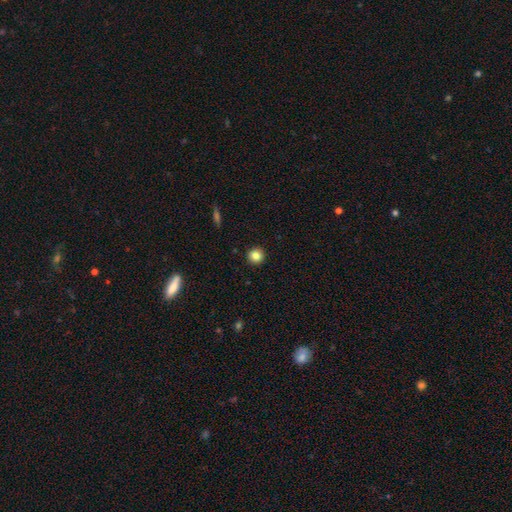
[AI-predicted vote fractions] Morphology: type=smooth (84%); roundness=round (94%); merging=none (93%).